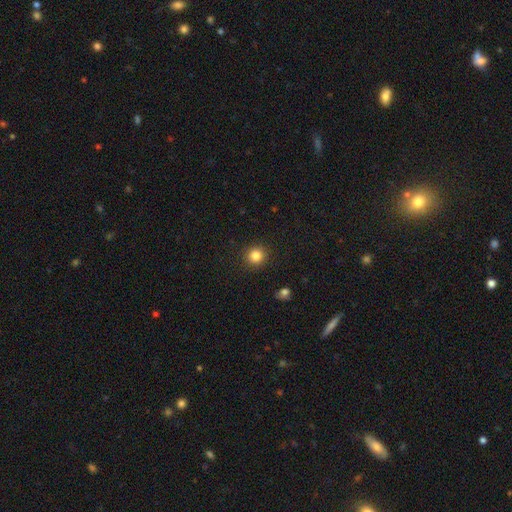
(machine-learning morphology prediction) This appears to be a smooth galaxy with no disk features (84%) that is round (92%). Merging: none (91%).